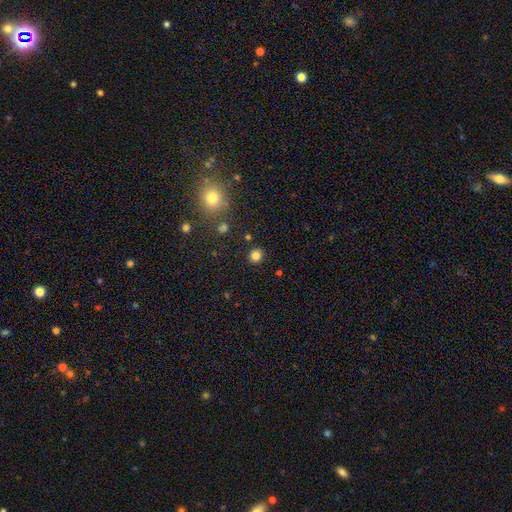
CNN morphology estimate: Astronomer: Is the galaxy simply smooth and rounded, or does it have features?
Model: smooth — 82%.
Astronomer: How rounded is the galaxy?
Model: round — 90%.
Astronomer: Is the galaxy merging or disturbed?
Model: none — 89%.